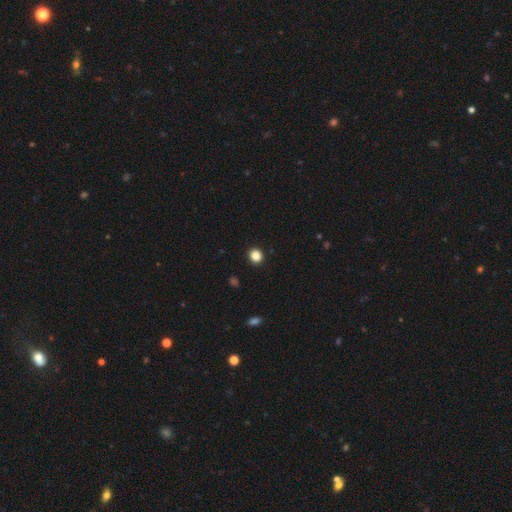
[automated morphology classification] A smooth galaxy with no disk features (86%) that is round (85%).

Vote fractions:
- Smooth or featured? smooth: 86% / star or artifact: 11% / featured or disk: 3%
- How rounded? round: 85% / in between: 14% / cigar-shaped: 1%
- Merging? none: 92% / minor disturbance: 5% / major disturbance: 2% / merger: 1%